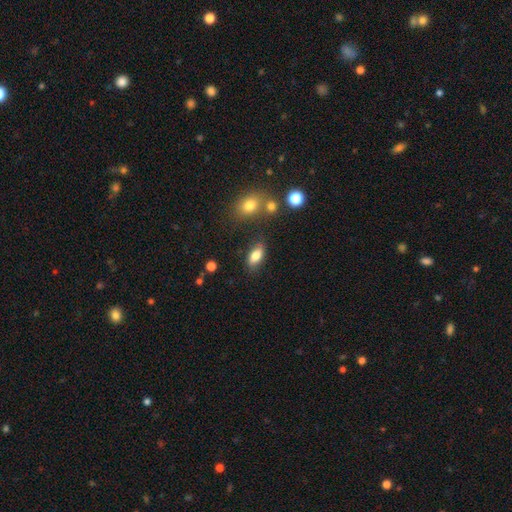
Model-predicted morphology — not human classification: The model was most divided on "merging": none: 79%, minor disturbance: 13%, merger: 4%, major disturbance: 4%. More confident: how rounded — in between (87%); smooth or featured — smooth (81%).